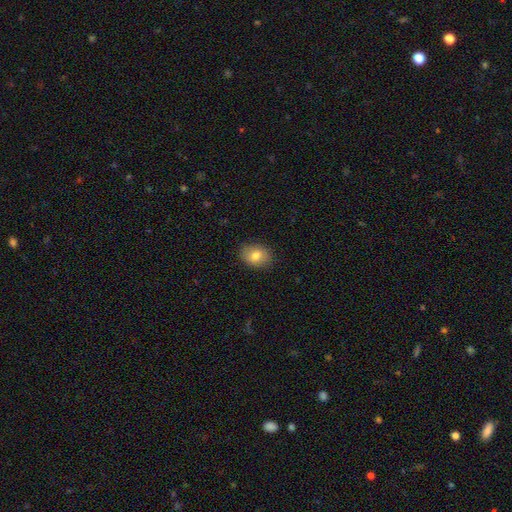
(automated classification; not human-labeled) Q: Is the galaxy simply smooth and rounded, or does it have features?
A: smooth — 80%.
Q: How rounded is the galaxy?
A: in between — 61%.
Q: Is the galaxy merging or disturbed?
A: none — 86%.